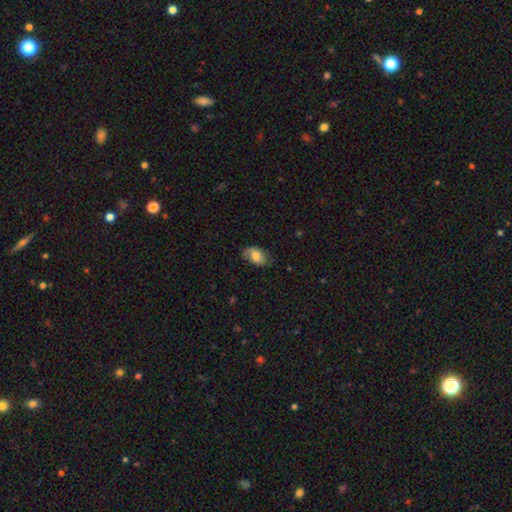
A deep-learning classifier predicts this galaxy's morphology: The model was most divided on "smooth or featured": smooth: 60%, featured or disk: 32%, star or artifact: 8%. More confident: how rounded — in between (87%); merging — none (66%).